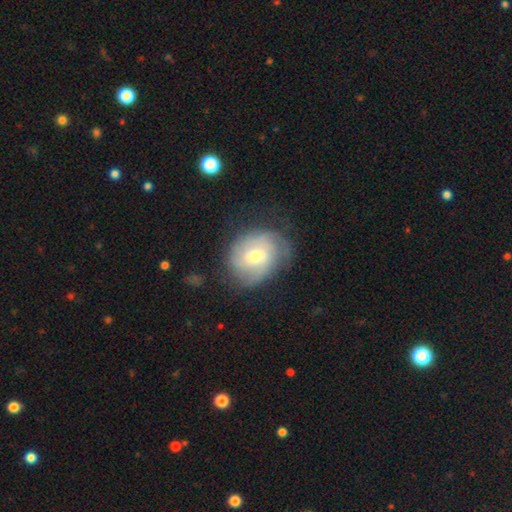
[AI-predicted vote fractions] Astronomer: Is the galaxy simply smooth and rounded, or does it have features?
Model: featured or disk — 67%.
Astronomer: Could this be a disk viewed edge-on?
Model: no — 97%.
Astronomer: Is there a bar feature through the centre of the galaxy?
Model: no — 47% (runner-up: weak, 45%).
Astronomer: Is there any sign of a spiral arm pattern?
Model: yes — 89%.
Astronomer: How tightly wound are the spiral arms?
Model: tight — 54% (runner-up: medium, 34%).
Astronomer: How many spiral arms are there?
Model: can't tell — 37% (runner-up: 2, 31%).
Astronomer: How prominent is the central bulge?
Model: moderate — 51% (runner-up: small, 44%).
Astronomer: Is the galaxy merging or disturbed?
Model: none — 65%.